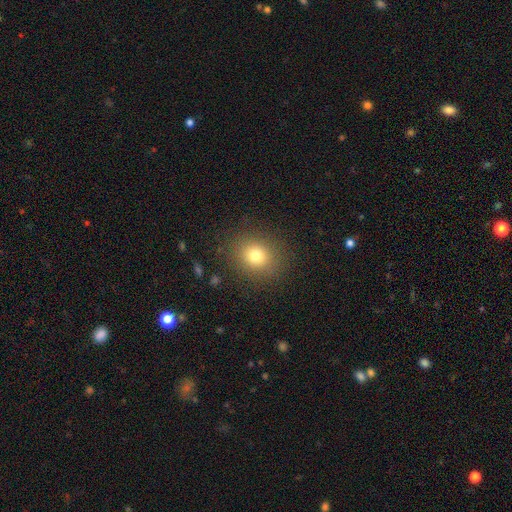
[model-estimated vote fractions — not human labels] smooth_or_featured: smooth (p=0.76) [alt: star or artifact p=0.14]
how_rounded: round (p=0.73) [alt: in between p=0.26]
merging: none (p=0.87) [alt: minor disturbance p=0.08]